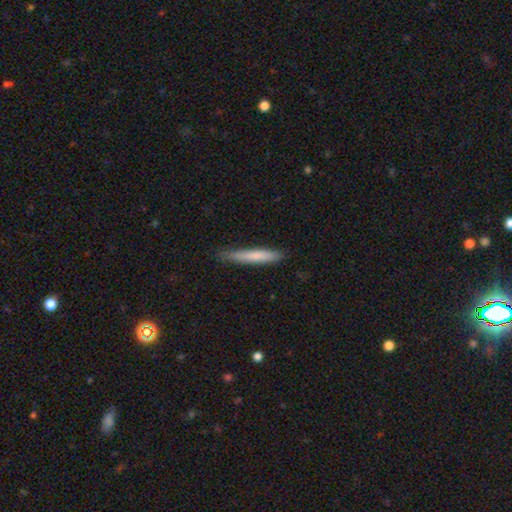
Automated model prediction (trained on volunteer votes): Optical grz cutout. It shows a smooth galaxy with no disk features (74%) that is cigar-shaped (95%). Merging: none (80%).